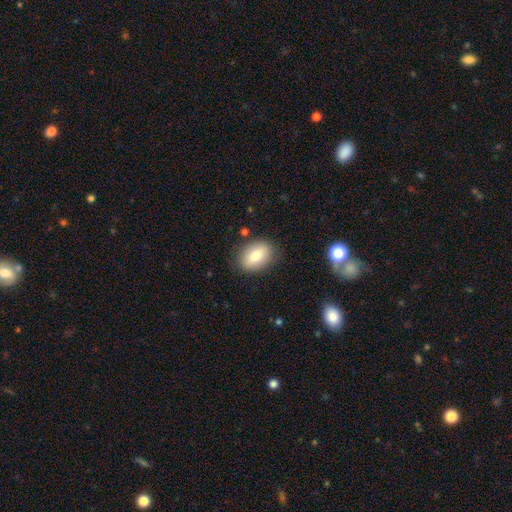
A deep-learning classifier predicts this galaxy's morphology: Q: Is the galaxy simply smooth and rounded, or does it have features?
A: smooth — 81%.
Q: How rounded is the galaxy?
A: in between — 83%.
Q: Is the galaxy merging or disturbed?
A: none — 83%.